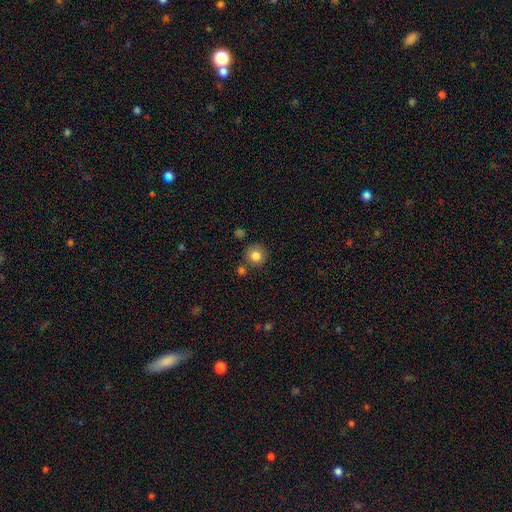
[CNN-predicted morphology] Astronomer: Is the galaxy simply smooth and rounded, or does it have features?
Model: smooth — 83%.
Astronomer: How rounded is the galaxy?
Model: round — 91%.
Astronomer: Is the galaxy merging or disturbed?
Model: none — 77%.